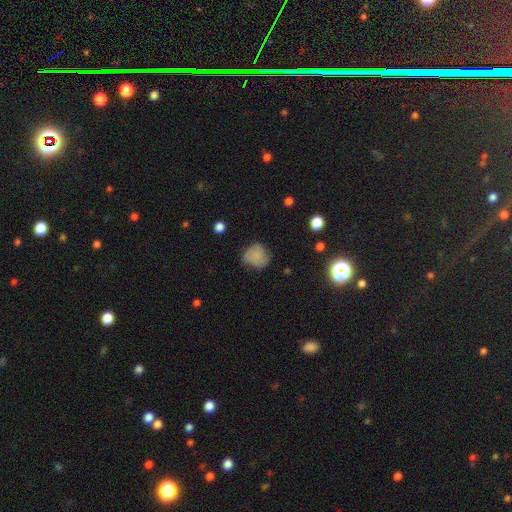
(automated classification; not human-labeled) The model was most divided on "merging": none: 61%, minor disturbance: 27%, major disturbance: 9%, merger: 2%. More confident: how rounded — round (78%); smooth or featured — smooth (71%).